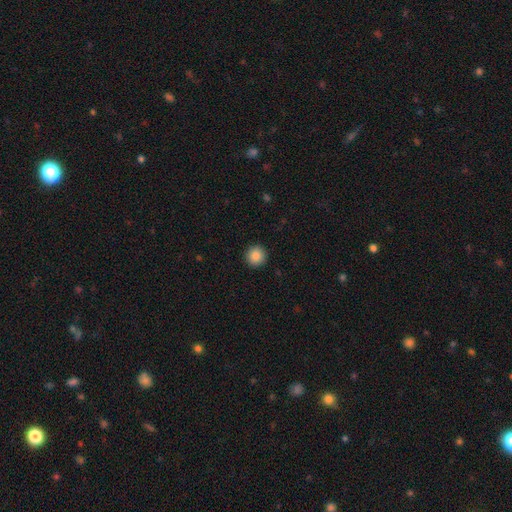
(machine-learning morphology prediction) This is clearly a smooth galaxy (88%). How rounded: clearly round (95%). Merging: clearly none (93%).